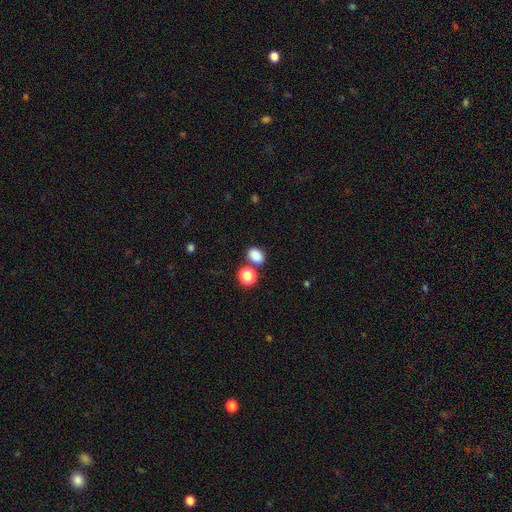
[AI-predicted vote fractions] A smooth galaxy with no disk features (85%) that is in between round and cigar-shaped (60%).

Vote fractions:
- Smooth or featured? smooth: 85% / star or artifact: 11% / featured or disk: 4%
- How rounded? in between: 60% / round: 39% / cigar-shaped: 1%
- Merging? none: 72% / merger: 14% / minor disturbance: 10% / major disturbance: 3%